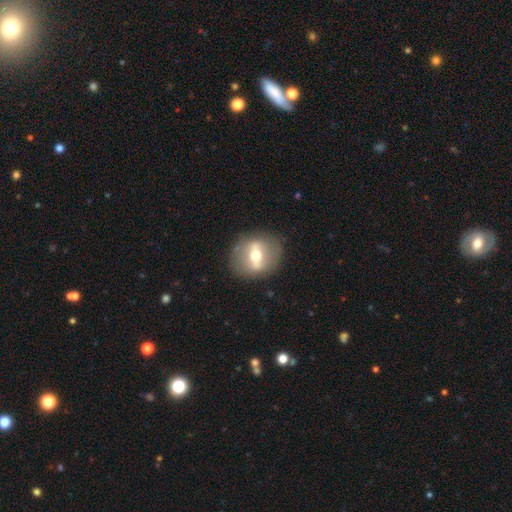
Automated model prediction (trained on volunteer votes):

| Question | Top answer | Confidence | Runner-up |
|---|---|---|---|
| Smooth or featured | featured or disk | 61% | smooth (32%) |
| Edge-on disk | no | 71% | yes (29%) |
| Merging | none | 84% | minor disturbance (10%) |